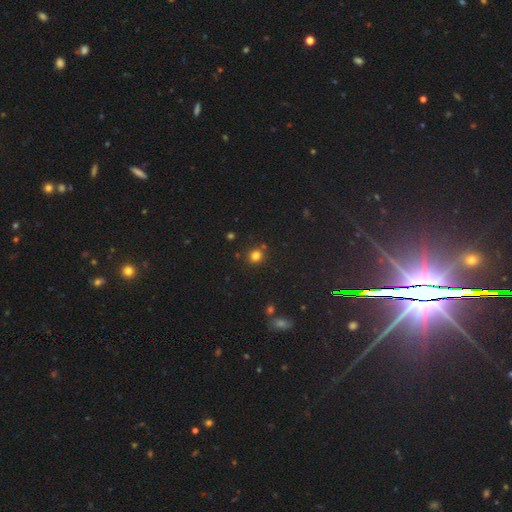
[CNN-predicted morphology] This appears to be a smooth galaxy with no disk features (79%) that is round (87%). Merging: none (81%).